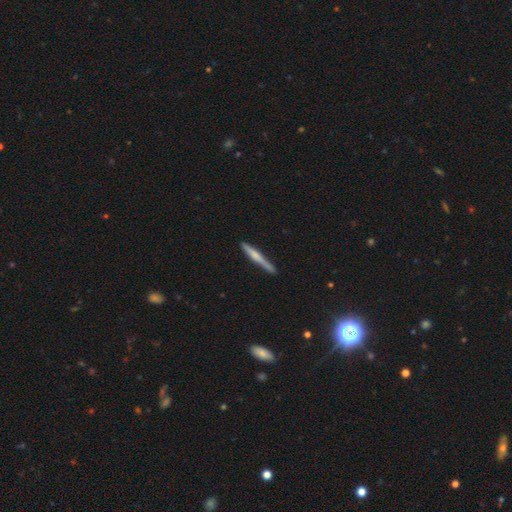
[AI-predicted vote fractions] smooth-or-featured: smooth: 51% | featured or disk: 44% | star or artifact: 5%
  how-rounded: cigar-shaped: 96% | in between: 3% | round: 1%
  merging: none: 83% | minor disturbance: 13% | major disturbance: 2% | merger: 2%